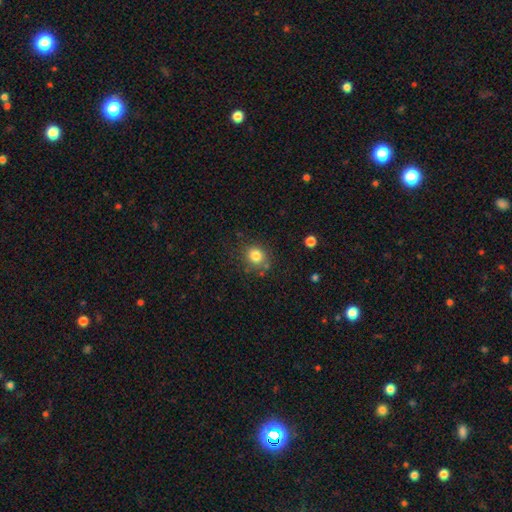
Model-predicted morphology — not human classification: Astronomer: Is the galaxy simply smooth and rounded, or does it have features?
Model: smooth — 82%.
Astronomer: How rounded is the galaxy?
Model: round — 84%.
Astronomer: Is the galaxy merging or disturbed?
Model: none — 78%.